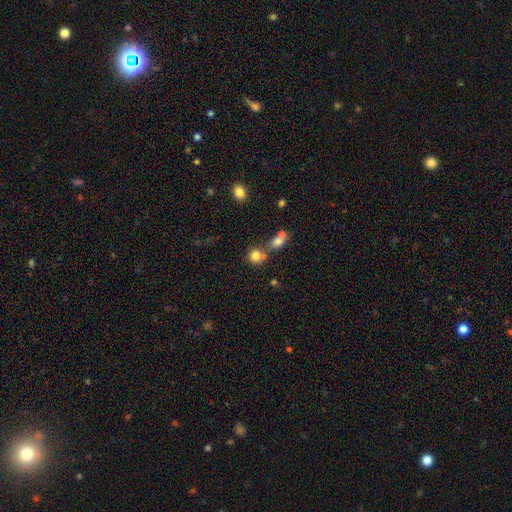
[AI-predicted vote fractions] Smooth or featured? smooth (76%)
How rounded? round (86%)
Merging? none (50%)